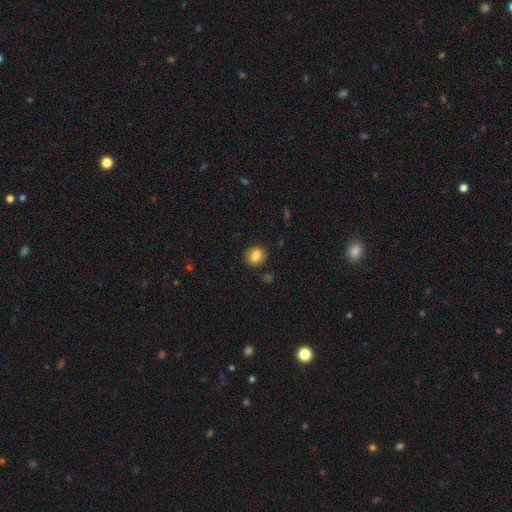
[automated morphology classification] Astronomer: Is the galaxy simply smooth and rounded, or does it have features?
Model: smooth — 82%.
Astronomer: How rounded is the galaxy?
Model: round — 72%.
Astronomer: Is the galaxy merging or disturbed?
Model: none — 89%.